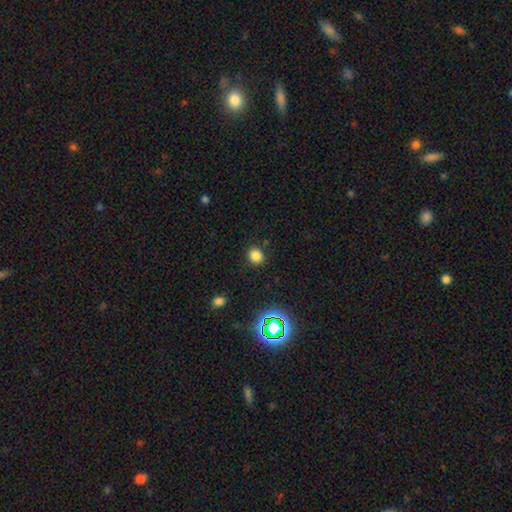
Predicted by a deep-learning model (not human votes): smooth-or-featured: smooth: 81% | star or artifact: 15% | featured or disk: 5%
  how-rounded: round: 75% | in between: 24% | cigar-shaped: 1%
  merging: none: 86% | minor disturbance: 9% | major disturbance: 3% | merger: 2%